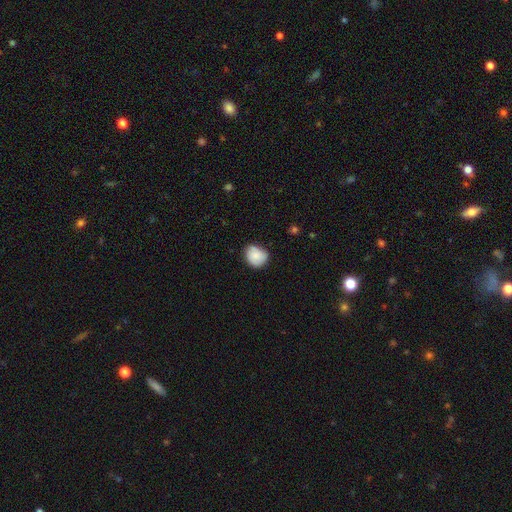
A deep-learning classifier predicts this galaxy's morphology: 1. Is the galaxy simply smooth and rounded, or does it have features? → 82% smooth, 10% featured or disk, 8% star or artifact.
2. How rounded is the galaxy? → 68% round, 31% in between, 1% cigar-shaped.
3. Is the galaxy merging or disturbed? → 65% none, 28% minor disturbance, 4% major disturbance, 2% merger.